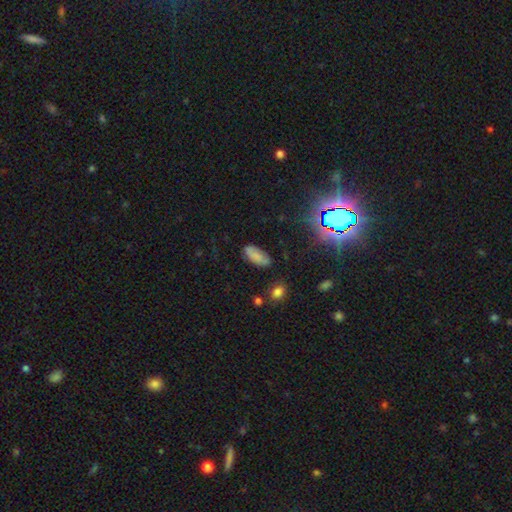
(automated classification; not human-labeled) A smooth galaxy with no disk features (72%) that is in between round and cigar-shaped (89%). Merging: none (72%).